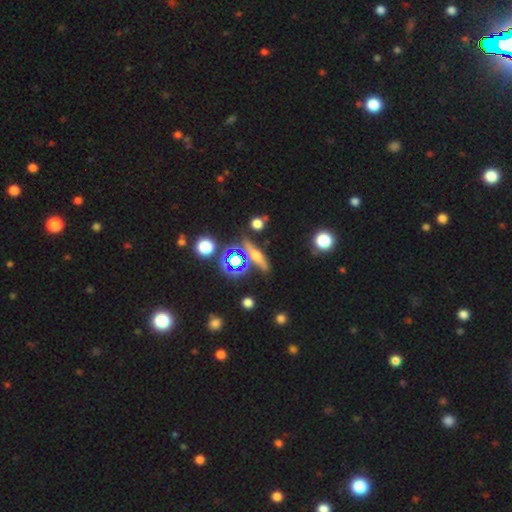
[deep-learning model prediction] Smooth or featured: featured or disk — 47% (smooth — 28%)
Merging: none — 75% (minor disturbance — 12%)